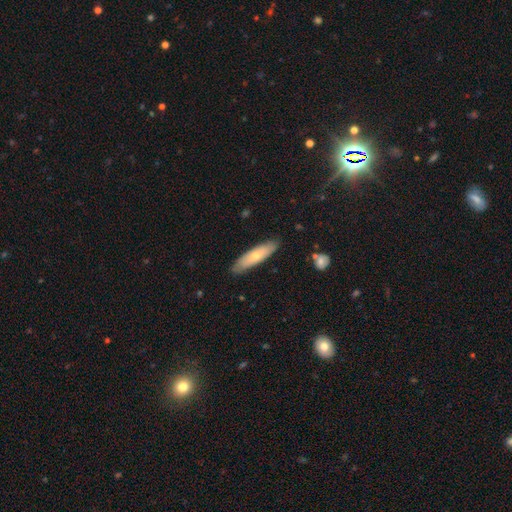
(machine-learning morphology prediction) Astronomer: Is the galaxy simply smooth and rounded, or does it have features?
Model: smooth — 63%.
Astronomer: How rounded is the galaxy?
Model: cigar-shaped — 65%.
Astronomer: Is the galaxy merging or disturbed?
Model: none — 83%.